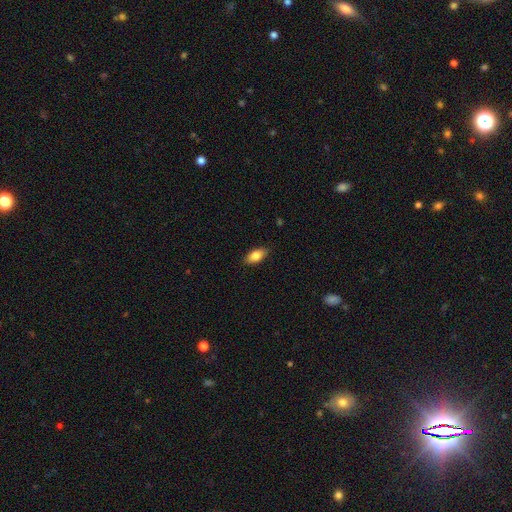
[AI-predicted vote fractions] A smooth galaxy with no disk features (84%) that is in between round and cigar-shaped (89%).

Vote fractions:
- Smooth or featured? smooth: 84% / featured or disk: 9% / star or artifact: 7%
- How rounded? in between: 89% / cigar-shaped: 7% / round: 3%
- Merging? none: 87% / minor disturbance: 10% / major disturbance: 2% / merger: 1%